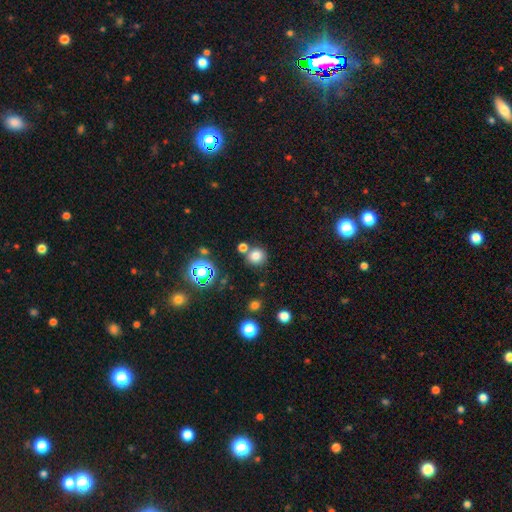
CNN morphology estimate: Smooth or featured: smooth — 76% (star or artifact — 17%)
How rounded: round — 90% (in between — 9%)
Merging: none — 72% (merger — 16%)